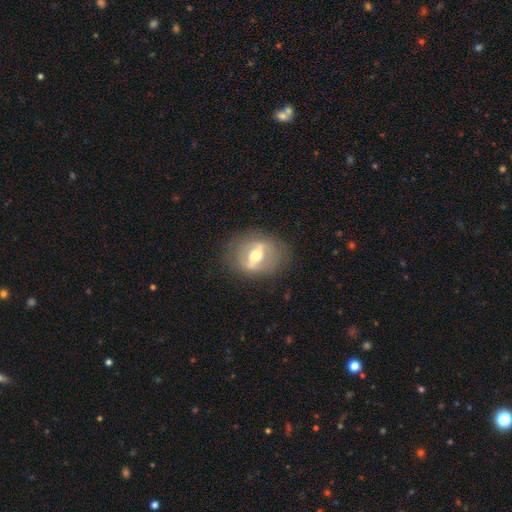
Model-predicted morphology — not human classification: featured or disk 66%, smooth 26%, star or artifact 8%. Down the decision tree: edge-on disk — no (79%); bar — strong (65%); spiral arms — no (81%); bulge size — moderate (71%); merging — none (79%).